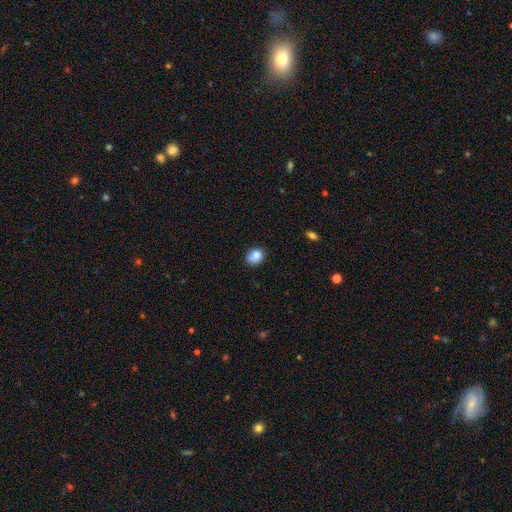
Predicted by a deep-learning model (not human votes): Smooth or featured: smooth — 85% (star or artifact — 9%)
How rounded: round — 57% (in between — 42%)
Merging: none — 78% (minor disturbance — 18%)